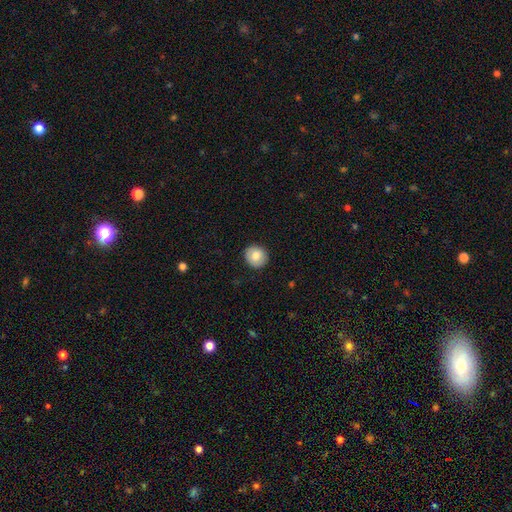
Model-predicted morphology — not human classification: The model was most divided on "smooth or featured": smooth: 80%, featured or disk: 13%, star or artifact: 8%. More confident: merging — none (91%); how rounded — round (86%).